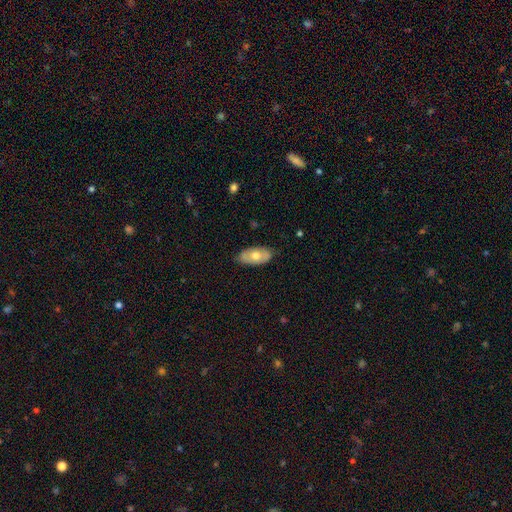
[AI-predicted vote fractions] smooth-or-featured: smooth: 54% | featured or disk: 40% | star or artifact: 6%
  how-rounded: in between: 92% | round: 4% | cigar-shaped: 3%
  merging: none: 79% | minor disturbance: 17% | major disturbance: 3% | merger: 1%